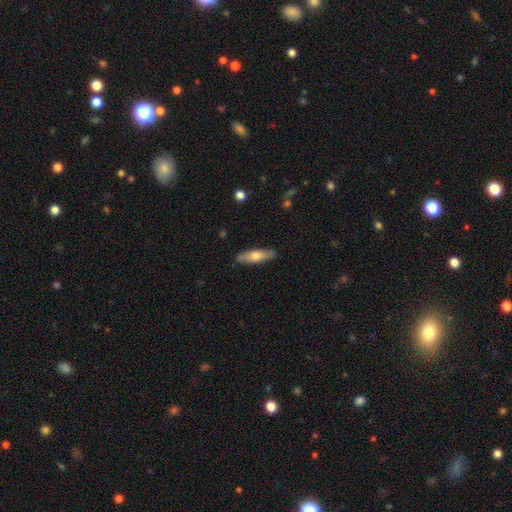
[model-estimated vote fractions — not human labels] Overall: smooth (61%; featured or disk 33%). How rounded: cigar-shaped (58%; in between 40%). Merging: none (87%).